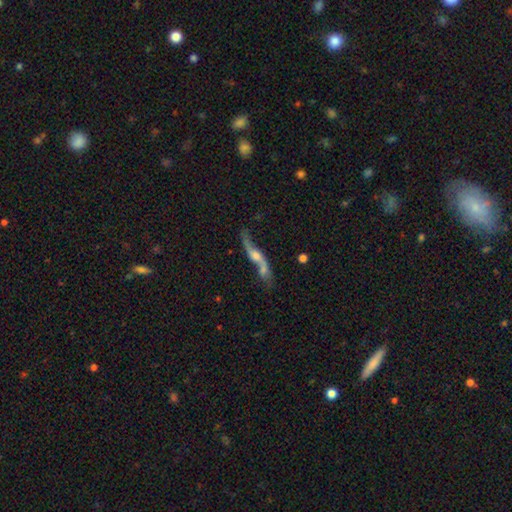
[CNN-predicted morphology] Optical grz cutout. It shows a featured or disk galaxy (76%). Merging: none (46%).